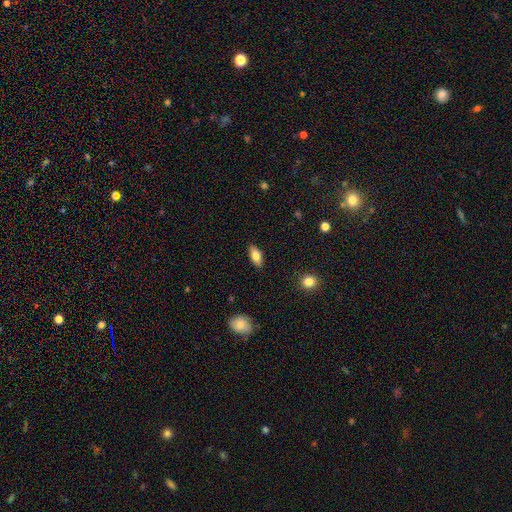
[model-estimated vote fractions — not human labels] The model was most divided on "smooth or featured": smooth: 78%, featured or disk: 15%, star or artifact: 7%. More confident: merging — none (87%); how rounded — in between (85%).